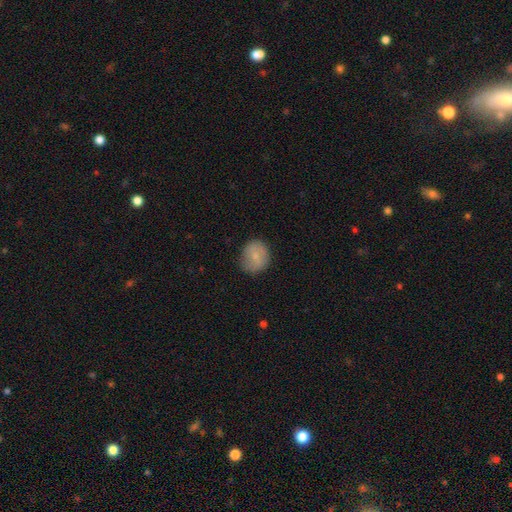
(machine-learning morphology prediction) type=smooth (69%); roundness=round (75%); merging=none (76%).